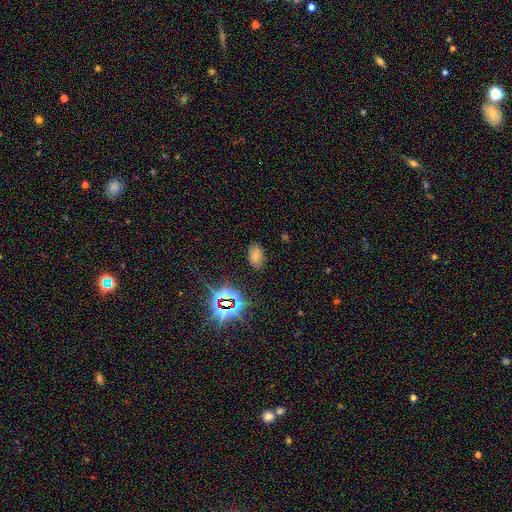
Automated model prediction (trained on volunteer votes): The model was most divided on "smooth or featured": smooth: 64%, star or artifact: 26%, featured or disk: 9%. More confident: how rounded — in between (91%); merging — none (80%).